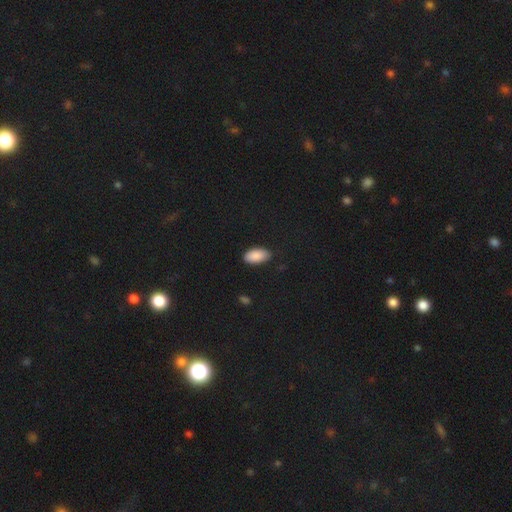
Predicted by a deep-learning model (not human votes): Overall: smooth (89%). How rounded: in between (95%). Merging: none (85%).